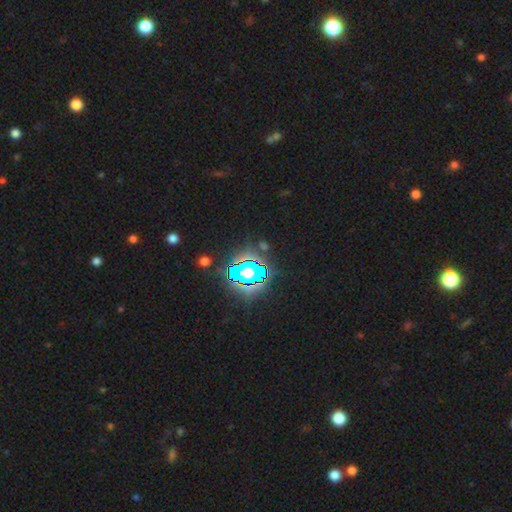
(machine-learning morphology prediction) Q: Smooth or featured?
A: star or artifact (82%); runner-up: smooth (11%)